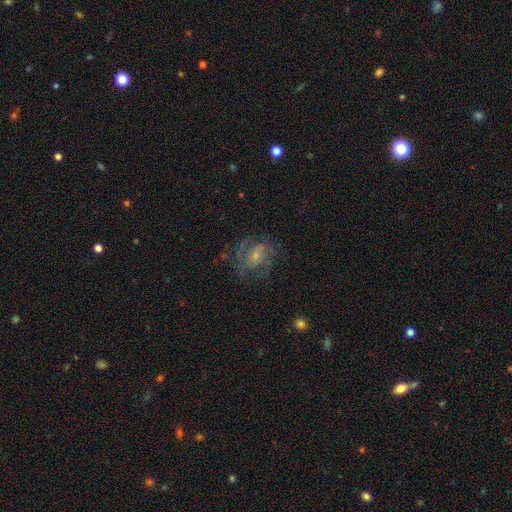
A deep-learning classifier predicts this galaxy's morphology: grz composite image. It shows a featured or disk galaxy (67%) with no bar (48%), 2 (37%) medium (49%) spiral arms (81%) and a small central bulge (62%). Merging: none (59%).